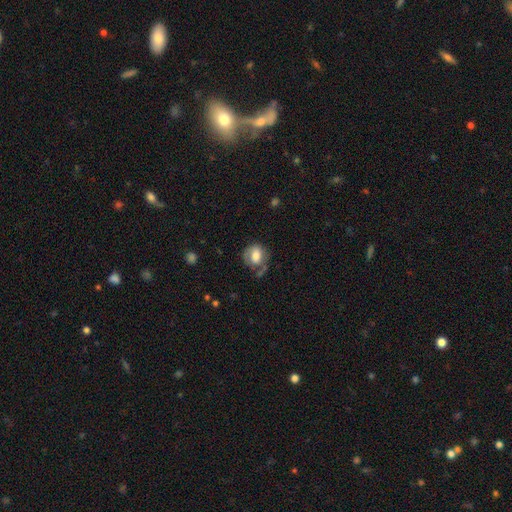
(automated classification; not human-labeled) Overall: smooth (62%; featured or disk 30%). How rounded: round (53%; in between 46%). Merging: none (48%; minor disturbance 26%).